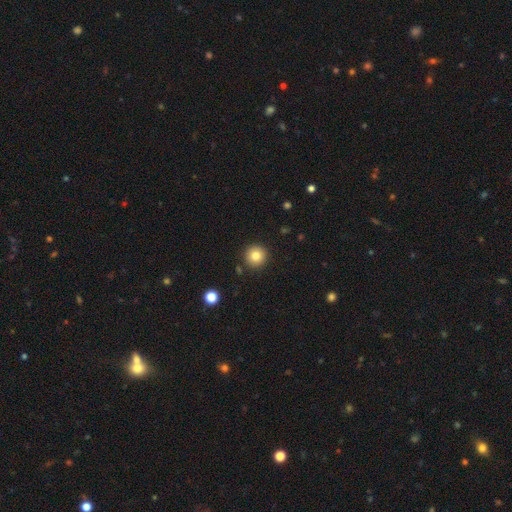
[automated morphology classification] Smooth or featured? Predicted: smooth (p=0.82). How rounded? Predicted: round (p=0.95). Merging? Predicted: none (p=0.90).